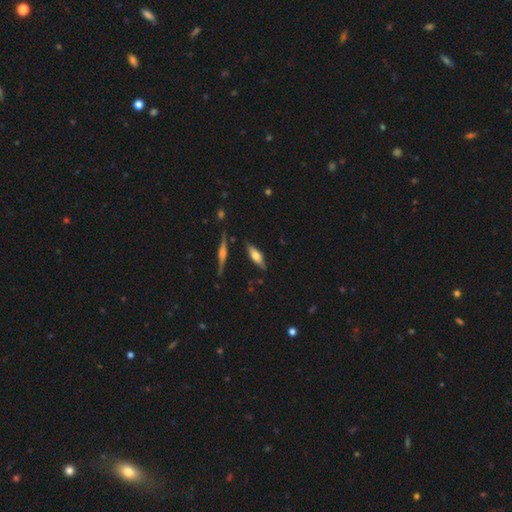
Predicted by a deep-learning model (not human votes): Q: Smooth or featured?
A: smooth (48%); runner-up: featured or disk (45%)
Q: Merging?
A: none (79%); runner-up: minor disturbance (15%)